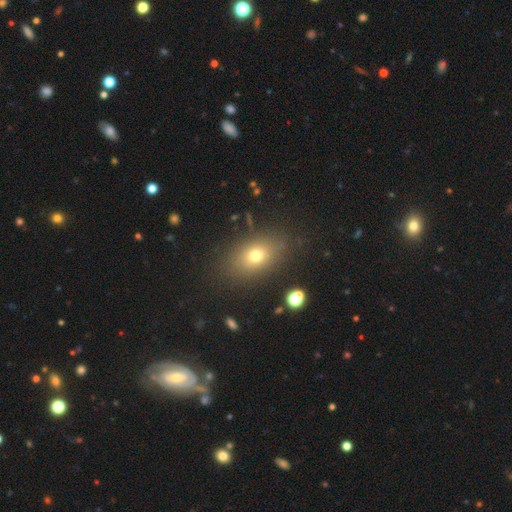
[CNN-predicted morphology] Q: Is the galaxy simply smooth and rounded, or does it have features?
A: smooth — 71%.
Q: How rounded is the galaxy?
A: in between — 76%.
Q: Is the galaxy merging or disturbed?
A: none — 83%.